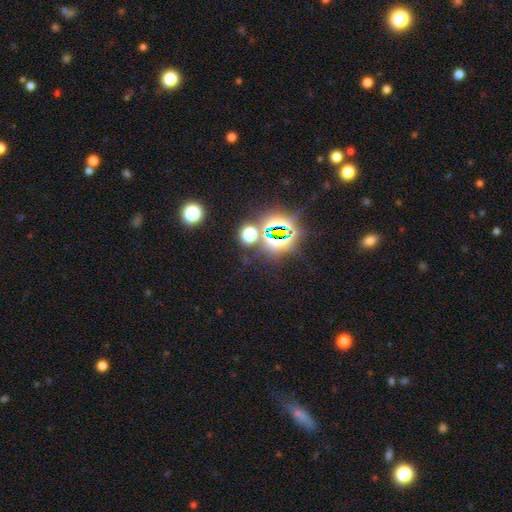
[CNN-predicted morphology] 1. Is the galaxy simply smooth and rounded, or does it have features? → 78% star or artifact, 15% smooth, 8% featured or disk.